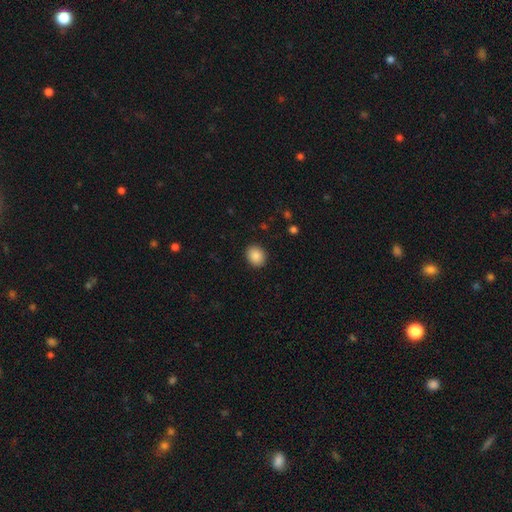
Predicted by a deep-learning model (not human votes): The model was most divided on "how rounded": round: 68%, in between: 31%, cigar-shaped: 1%. More confident: merging — none (90%); smooth or featured — smooth (88%).